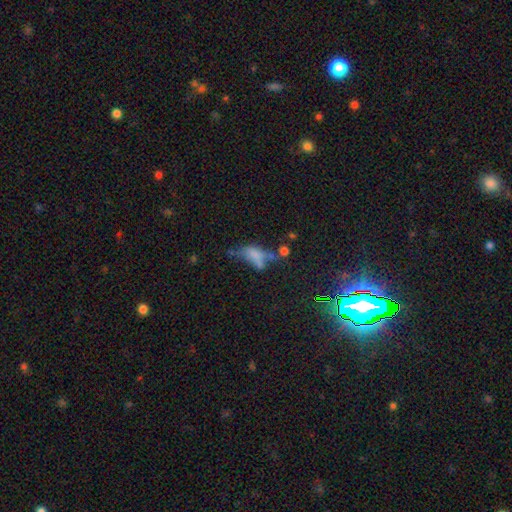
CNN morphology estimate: The model was most divided on "merging": major disturbance: 29%, merger: 25%, none: 25%, minor disturbance: 22%. More confident: how rounded — in between (81%); smooth or featured — smooth (58%).